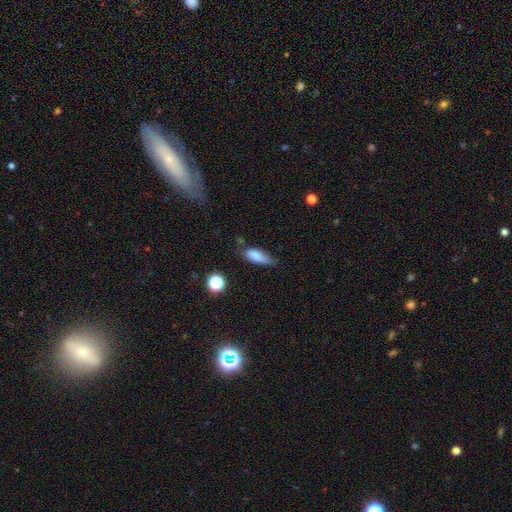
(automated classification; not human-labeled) Q: Smooth or featured?
A: smooth (81%); runner-up: featured or disk (10%)
Q: How rounded?
A: in between (69%); runner-up: cigar-shaped (28%)
Q: Merging?
A: none (52%); runner-up: minor disturbance (35%)